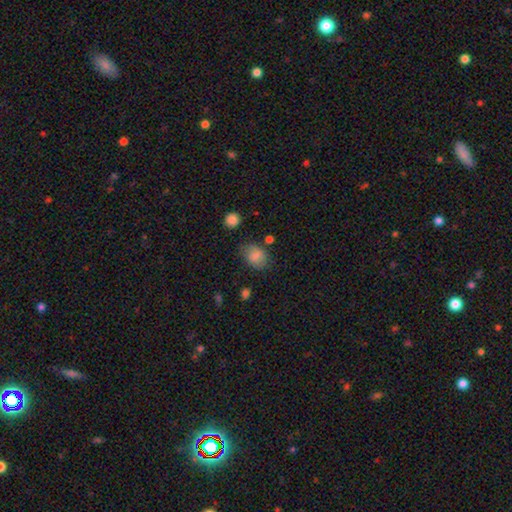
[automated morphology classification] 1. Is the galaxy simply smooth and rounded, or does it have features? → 83% smooth, 9% star or artifact, 8% featured or disk.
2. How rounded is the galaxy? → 62% in between, 37% round, 1% cigar-shaped.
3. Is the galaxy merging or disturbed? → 71% none, 20% minor disturbance, 6% major disturbance, 3% merger.